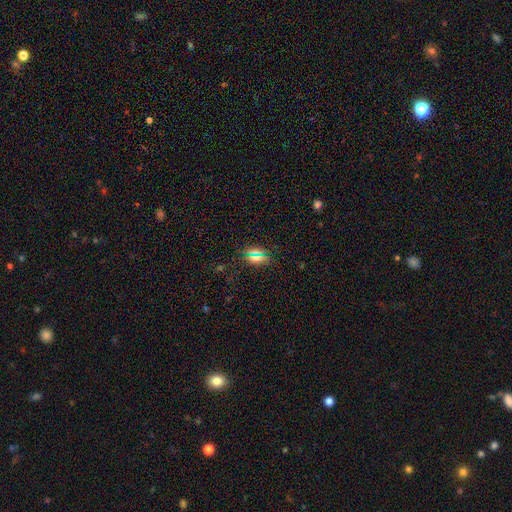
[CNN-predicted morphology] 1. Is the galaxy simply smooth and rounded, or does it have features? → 60% smooth, 30% star or artifact, 10% featured or disk.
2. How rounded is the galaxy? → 74% in between, 17% round, 10% cigar-shaped.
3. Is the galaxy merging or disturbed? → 81% none, 12% minor disturbance, 5% major disturbance, 3% merger.